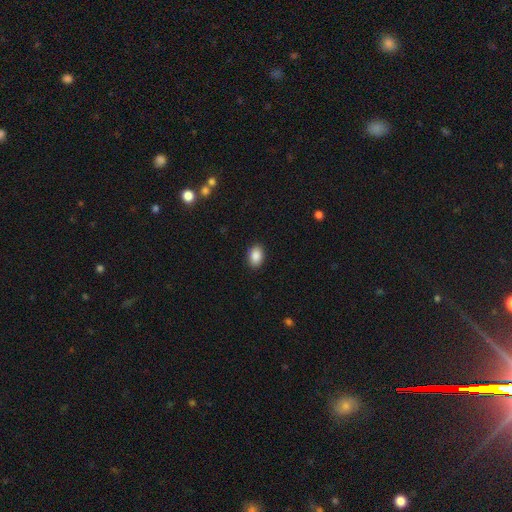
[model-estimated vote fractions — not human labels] A smooth galaxy with no disk features (88%) that is in between round and cigar-shaped (84%). Merging: none (90%).